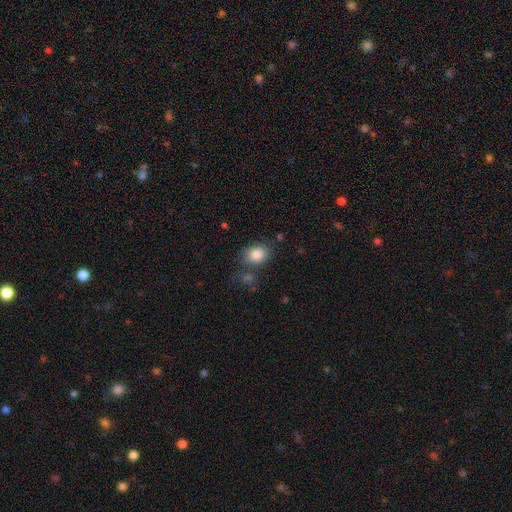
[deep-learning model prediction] A smooth galaxy with no disk features (84%) that is in between round and cigar-shaped (68%).

Vote fractions:
- Smooth or featured? smooth: 84% / star or artifact: 9% / featured or disk: 7%
- How rounded? in between: 68% / round: 31% / cigar-shaped: 1%
- Merging? none: 73% / minor disturbance: 15% / merger: 7% / major disturbance: 5%